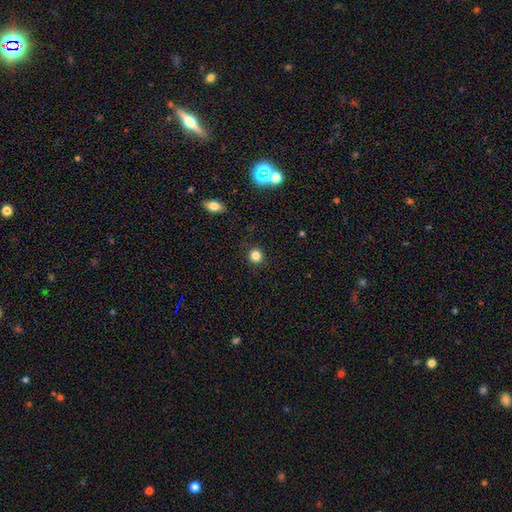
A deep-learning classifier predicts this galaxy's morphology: smooth 83%, star or artifact 12%, featured or disk 5%. Down the decision tree: how rounded — round (93%); merging — none (90%).